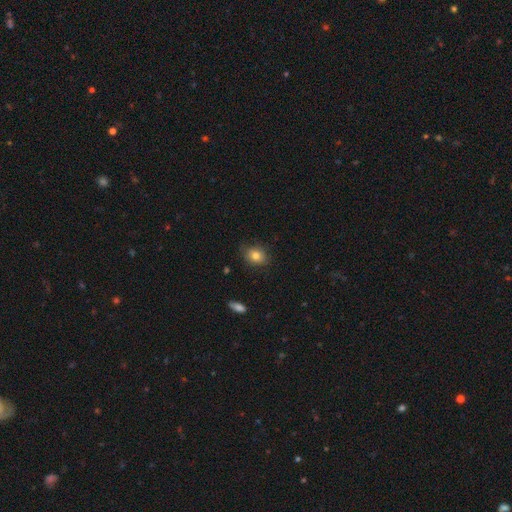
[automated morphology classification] Overall: smooth (81%). How rounded: round (50%; in between 49%). Merging: none (79%).